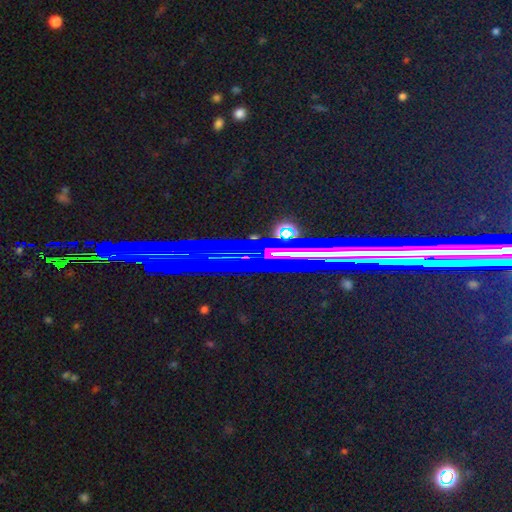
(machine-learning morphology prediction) type=star or artifact (69%).